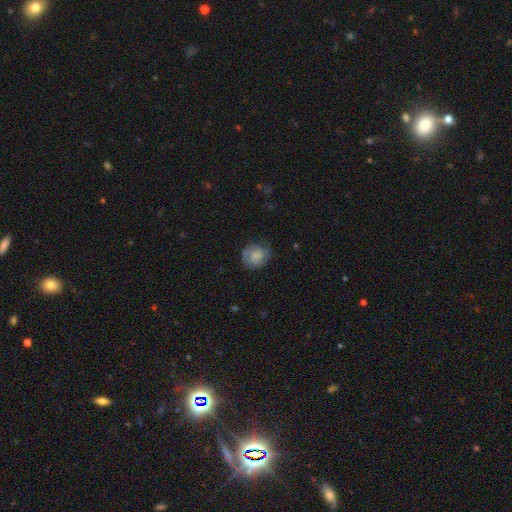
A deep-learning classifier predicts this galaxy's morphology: Overall: smooth (72%). How rounded: round (82%). Merging: none (67%).